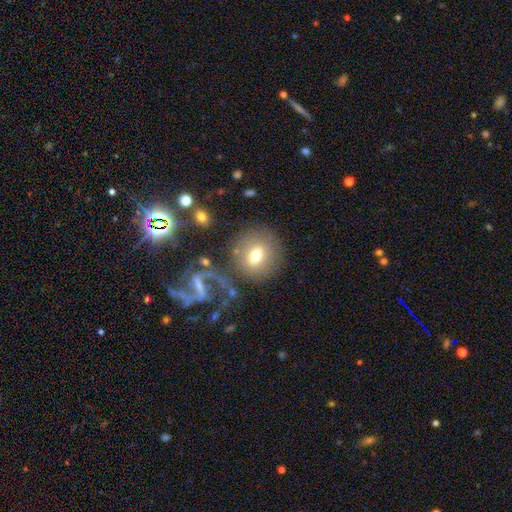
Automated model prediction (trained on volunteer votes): Overall: smooth (62%; featured or disk 29%). How rounded: round (74%). Merging: none (69%).